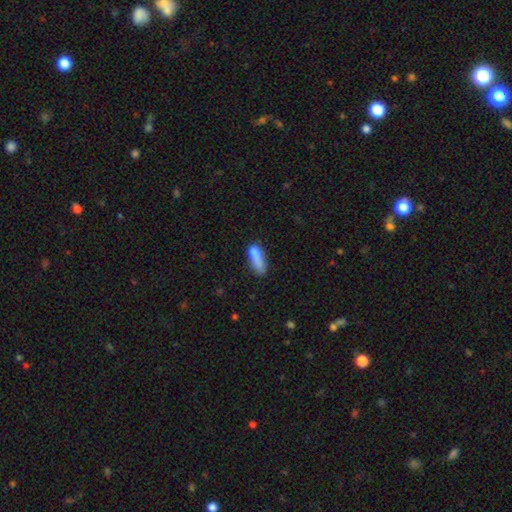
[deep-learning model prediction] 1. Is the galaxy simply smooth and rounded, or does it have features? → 81% smooth, 10% featured or disk, 9% star or artifact.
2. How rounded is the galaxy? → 55% in between, 43% cigar-shaped, 3% round.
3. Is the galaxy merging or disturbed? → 47% none, 30% minor disturbance, 13% major disturbance, 10% merger.